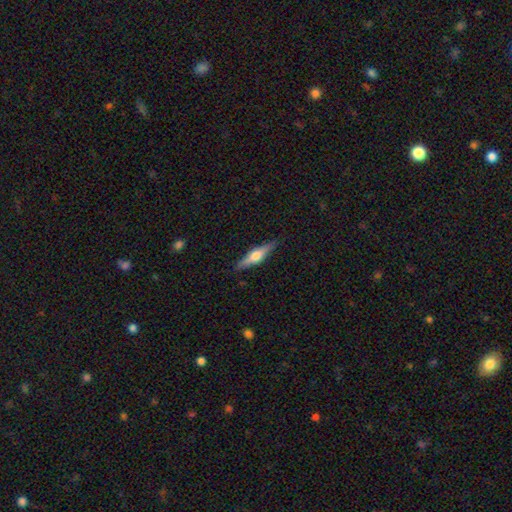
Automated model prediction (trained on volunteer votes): A featured or disk galaxy (62%) viewed edge-on (96%) with a rounded central bulge (91%). Merging: none (89%).